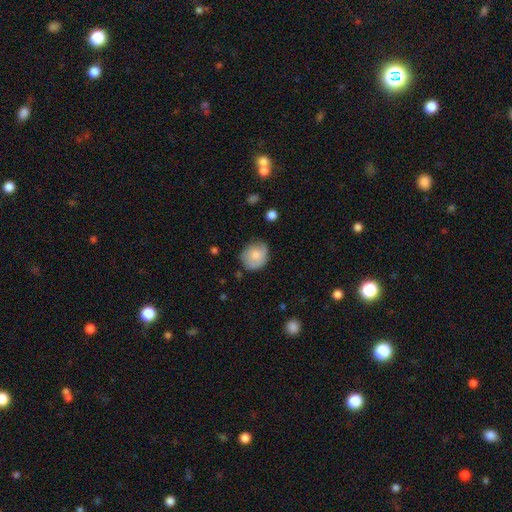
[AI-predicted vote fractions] Overall: smooth (76%). How rounded: round (75%). Merging: none (67%).